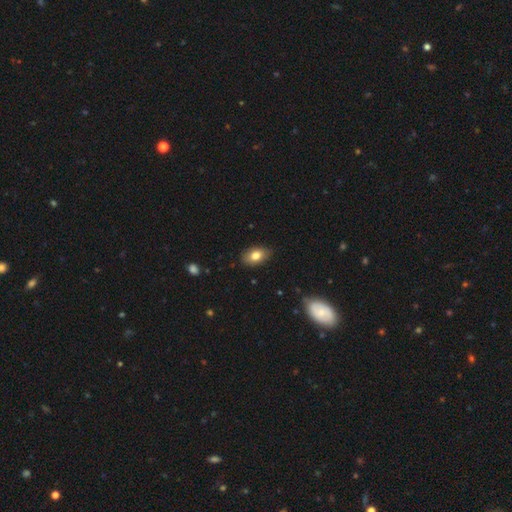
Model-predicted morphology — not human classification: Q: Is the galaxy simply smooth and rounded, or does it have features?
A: smooth — 80%.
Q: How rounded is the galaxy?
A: in between — 88%.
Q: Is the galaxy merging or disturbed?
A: none — 84%.